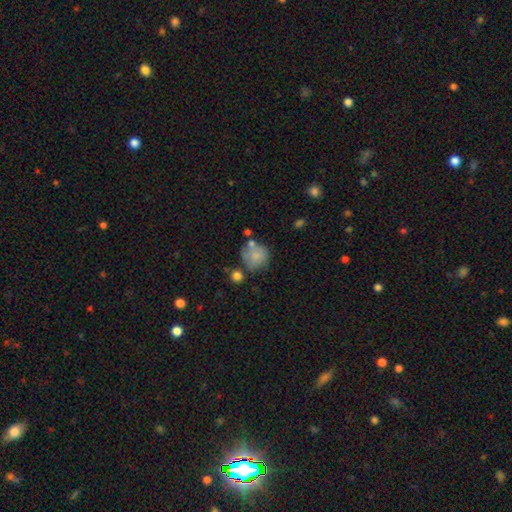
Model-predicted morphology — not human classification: The model was most divided on "merging": none: 53%, minor disturbance: 22%, merger: 15%, major disturbance: 10%. More confident: how rounded — round (85%); smooth or featured — smooth (72%).